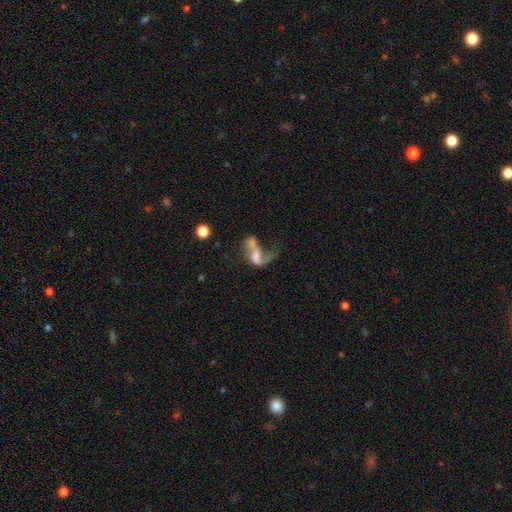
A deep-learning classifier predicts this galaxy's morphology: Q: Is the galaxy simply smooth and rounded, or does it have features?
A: featured or disk — 54%.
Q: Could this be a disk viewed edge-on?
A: no — 94%.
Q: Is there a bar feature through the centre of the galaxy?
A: no — 65%.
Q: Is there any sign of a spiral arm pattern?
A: yes — 51%.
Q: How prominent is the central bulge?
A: none — 32%.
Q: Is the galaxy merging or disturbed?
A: merger — 51%.